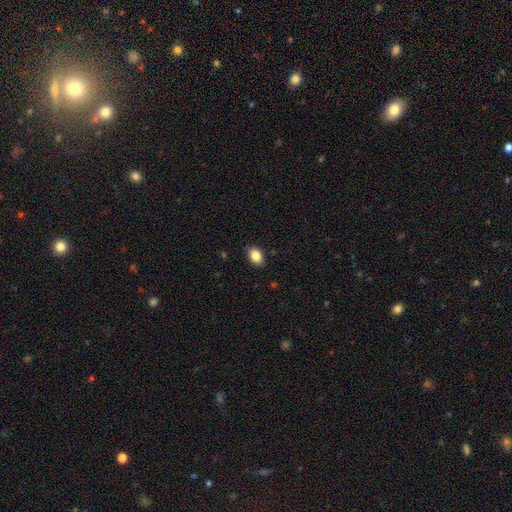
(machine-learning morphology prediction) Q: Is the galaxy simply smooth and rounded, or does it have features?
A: smooth — 86%.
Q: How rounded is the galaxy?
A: in between — 80%.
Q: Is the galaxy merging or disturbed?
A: none — 86%.